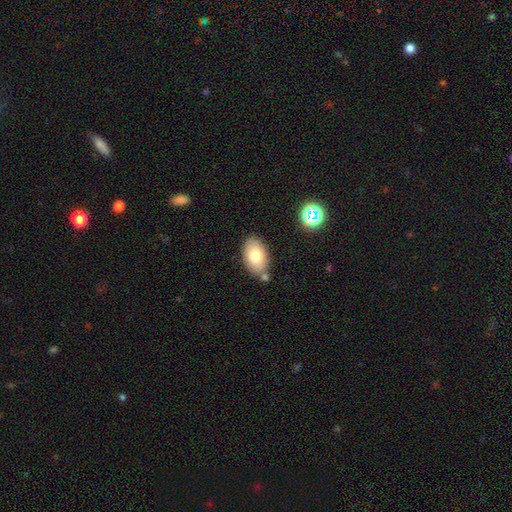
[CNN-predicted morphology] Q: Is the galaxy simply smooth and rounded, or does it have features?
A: smooth — 78%.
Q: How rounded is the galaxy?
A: in between — 93%.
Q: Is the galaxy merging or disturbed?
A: none — 74%.